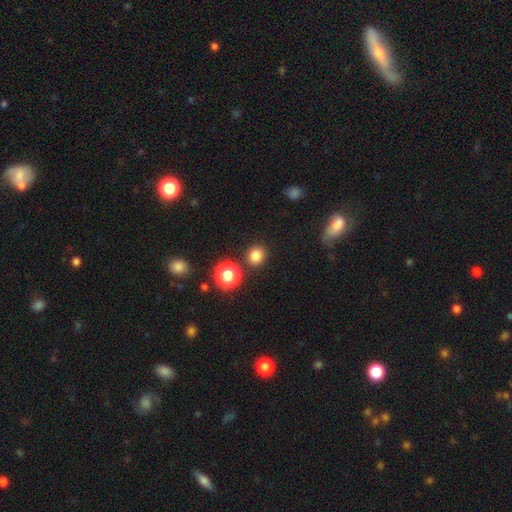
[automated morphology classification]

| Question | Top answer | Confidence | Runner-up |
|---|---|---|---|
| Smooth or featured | smooth | 80% | star or artifact (15%) |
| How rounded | round | 86% | in between (13%) |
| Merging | none | 88% | minor disturbance (6%) |